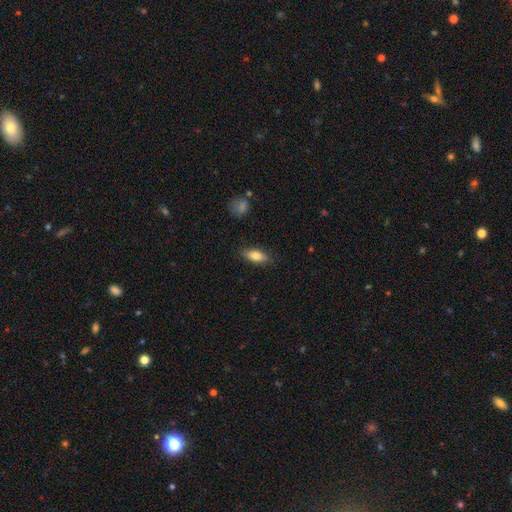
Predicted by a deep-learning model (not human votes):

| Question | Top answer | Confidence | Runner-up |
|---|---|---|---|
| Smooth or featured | smooth | 80% | featured or disk (13%) |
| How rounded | in between | 81% | cigar-shaped (16%) |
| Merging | none | 85% | minor disturbance (11%) |